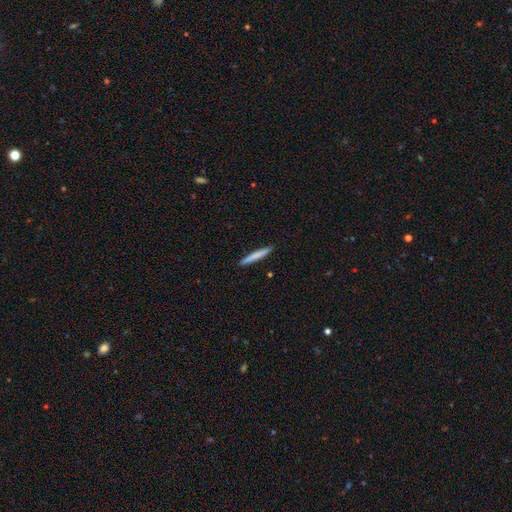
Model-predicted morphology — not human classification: Smooth or featured? Predicted: smooth (p=0.74). How rounded? Predicted: cigar-shaped (p=0.96). Merging? Predicted: none (p=0.92).